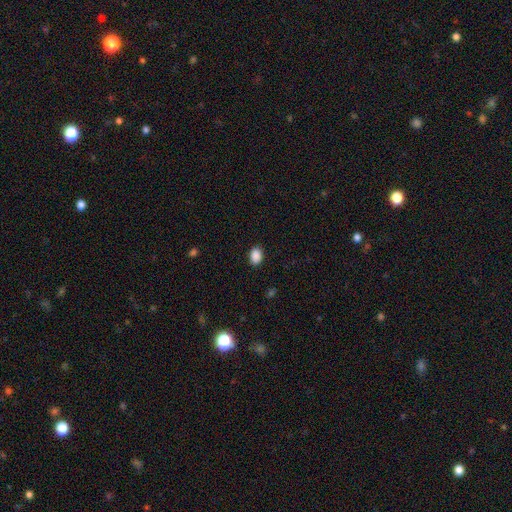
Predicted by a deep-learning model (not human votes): Overall: smooth (89%). How rounded: in between (81%). Merging: none (89%).